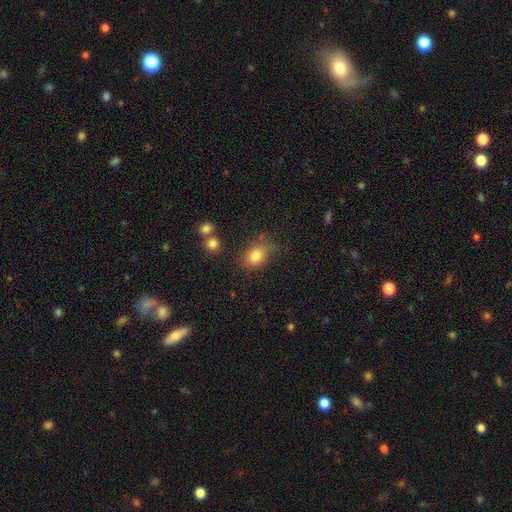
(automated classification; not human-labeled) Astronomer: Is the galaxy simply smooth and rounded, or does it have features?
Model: smooth — 81%.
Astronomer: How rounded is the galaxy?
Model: in between — 65%.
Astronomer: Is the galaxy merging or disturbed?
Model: none — 61%.